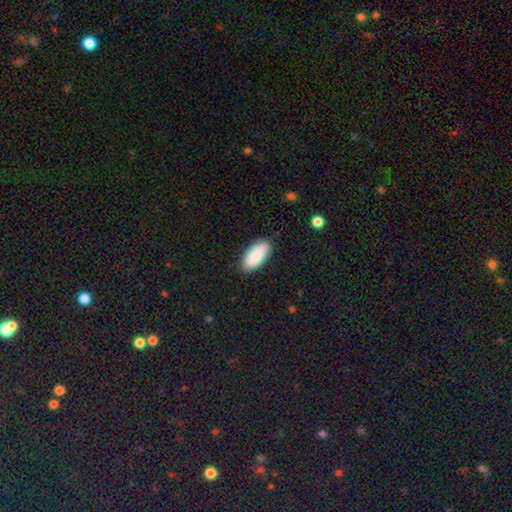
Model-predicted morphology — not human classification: Smooth or featured? smooth (87%)
How rounded? in between (91%)
Merging? none (86%)